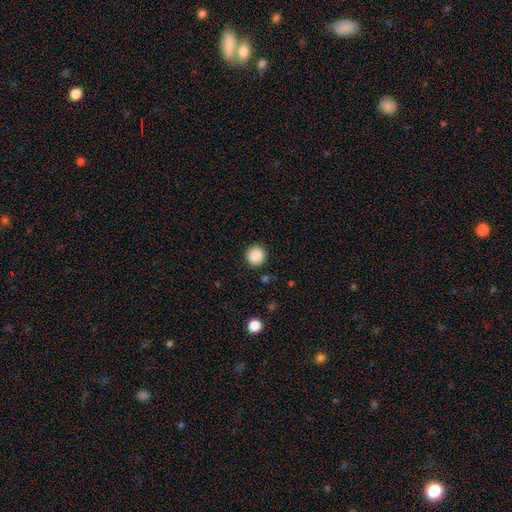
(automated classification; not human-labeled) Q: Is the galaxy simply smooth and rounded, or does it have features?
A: smooth — 88%.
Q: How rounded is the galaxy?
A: round — 95%.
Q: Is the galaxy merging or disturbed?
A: none — 92%.